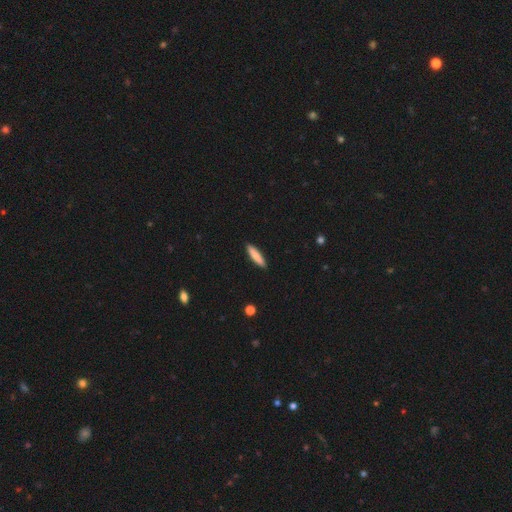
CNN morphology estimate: This appears to be a smooth galaxy with no disk features (83%) that is cigar-shaped (82%). Merging: none (91%).